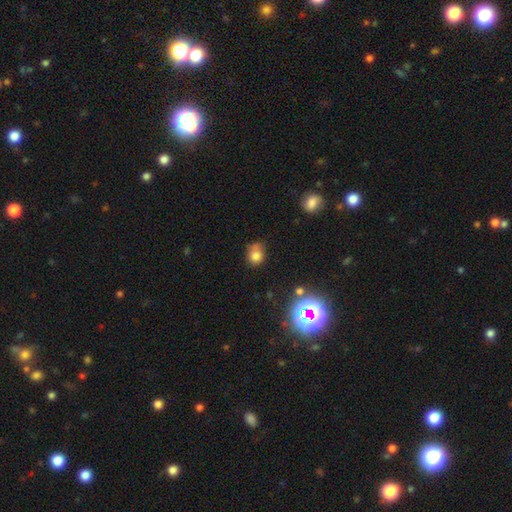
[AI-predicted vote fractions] Q: Smooth or featured?
A: smooth (75%); runner-up: star or artifact (15%)
Q: How rounded?
A: round (61%); runner-up: in between (38%)
Q: Merging?
A: none (49%); runner-up: minor disturbance (30%)